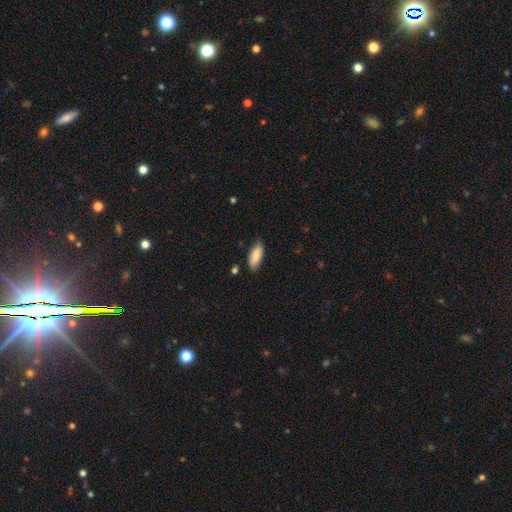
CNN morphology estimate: This appears to be a smooth galaxy with no disk features (83%) that is in between round and cigar-shaped (81%). Merging: none (79%).